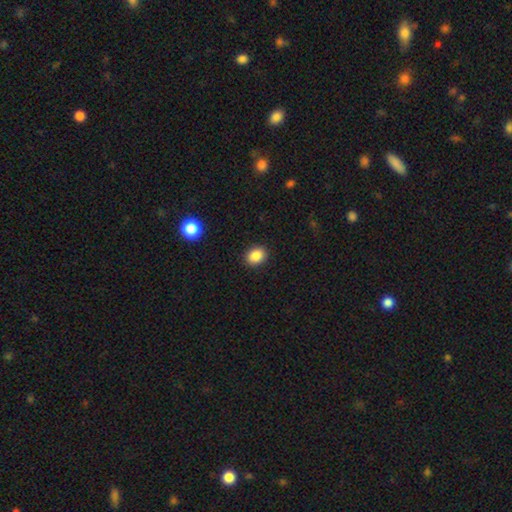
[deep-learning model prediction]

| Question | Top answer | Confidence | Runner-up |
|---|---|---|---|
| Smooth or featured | smooth | 87% | star or artifact (9%) |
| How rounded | in between | 50% | round (49%) |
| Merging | none | 91% | minor disturbance (6%) |